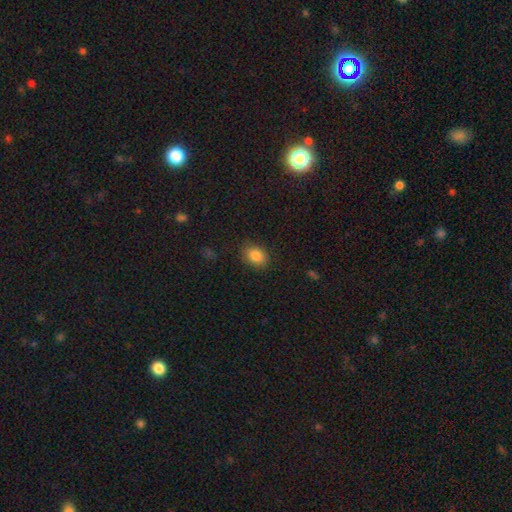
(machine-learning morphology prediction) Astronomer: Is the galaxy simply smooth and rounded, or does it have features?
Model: smooth — 85%.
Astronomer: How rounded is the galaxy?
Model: in between — 66%.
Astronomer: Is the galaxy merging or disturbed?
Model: none — 84%.